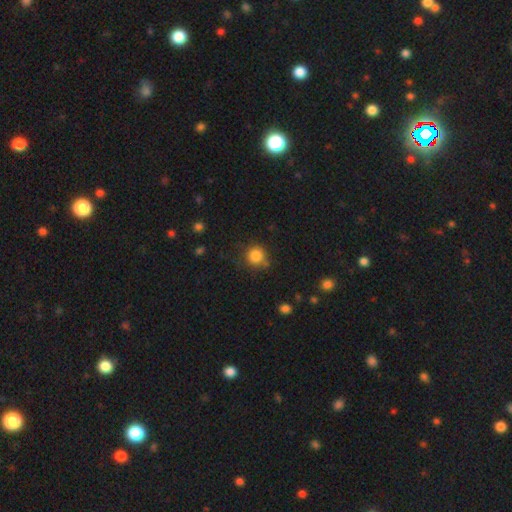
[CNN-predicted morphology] smooth-or-featured: smooth: 84% | star or artifact: 11% | featured or disk: 4%
  how-rounded: round: 92% | in between: 7% | cigar-shaped: 1%
  merging: none: 77% | minor disturbance: 14% | merger: 5% | major disturbance: 4%